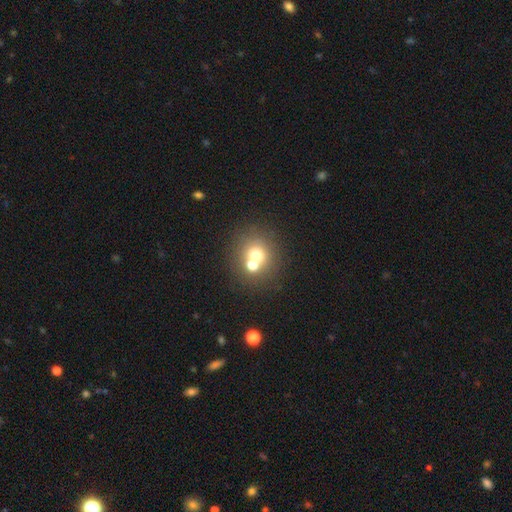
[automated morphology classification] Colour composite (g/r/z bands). It shows a smooth galaxy with no disk features (64%) that is round (86%). Merging: none (48%).